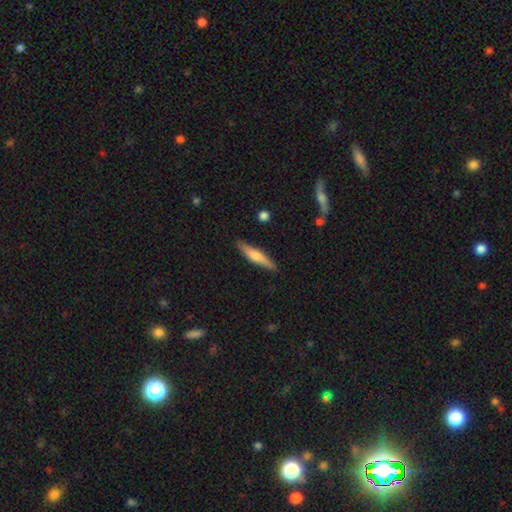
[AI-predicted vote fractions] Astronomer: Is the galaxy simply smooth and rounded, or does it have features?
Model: smooth — 51% (runner-up: featured or disk, 43%).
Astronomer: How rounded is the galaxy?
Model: cigar-shaped — 87%.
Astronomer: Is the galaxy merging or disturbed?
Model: none — 87%.